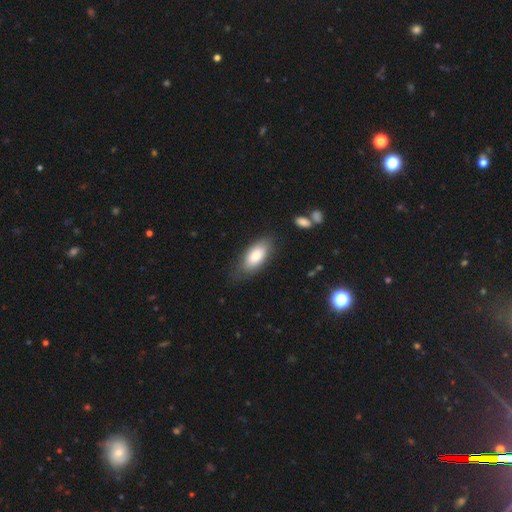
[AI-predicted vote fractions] This is likely a smooth galaxy (80%). How rounded: clearly in between (89%). Merging: likely none (74%).